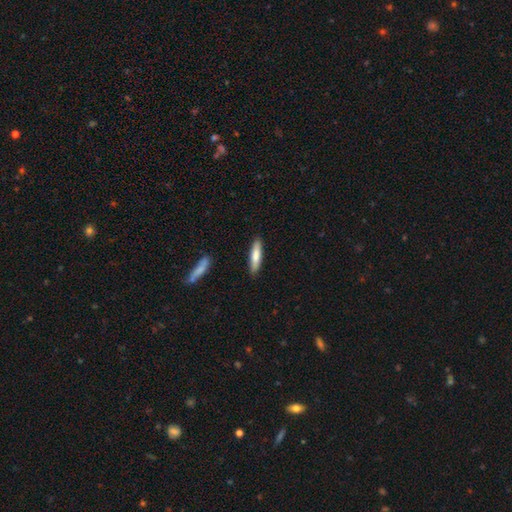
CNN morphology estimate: Overall: smooth (76%). How rounded: cigar-shaped (78%). Merging: none (89%).